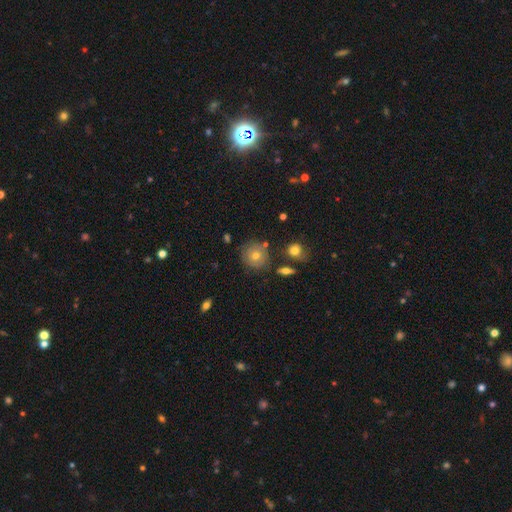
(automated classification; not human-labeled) Q: Smooth or featured?
A: smooth (63%); runner-up: featured or disk (25%)
Q: How rounded?
A: round (89%); runner-up: in between (10%)
Q: Merging?
A: none (78%); runner-up: minor disturbance (14%)